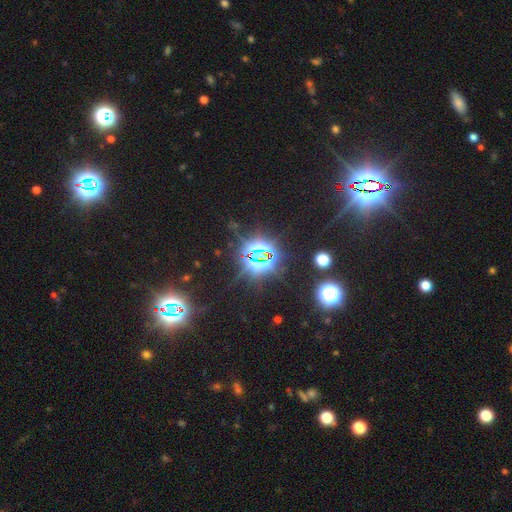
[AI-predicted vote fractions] Smooth or featured? Predicted: star or artifact (p=0.83).